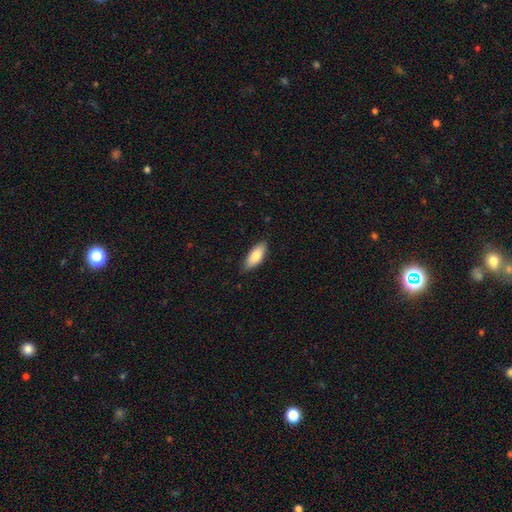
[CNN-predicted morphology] Smooth or featured? smooth (82%)
How rounded? in between (76%)
Merging? none (83%)